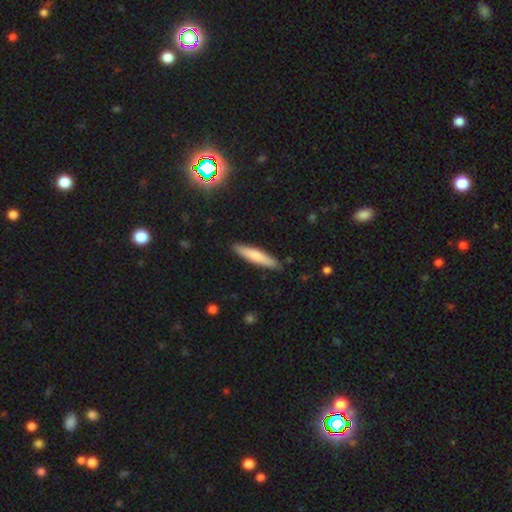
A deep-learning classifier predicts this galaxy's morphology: Smooth or featured: smooth — 71% (featured or disk — 23%)
How rounded: cigar-shaped — 87% (in between — 12%)
Merging: none — 89% (minor disturbance — 8%)